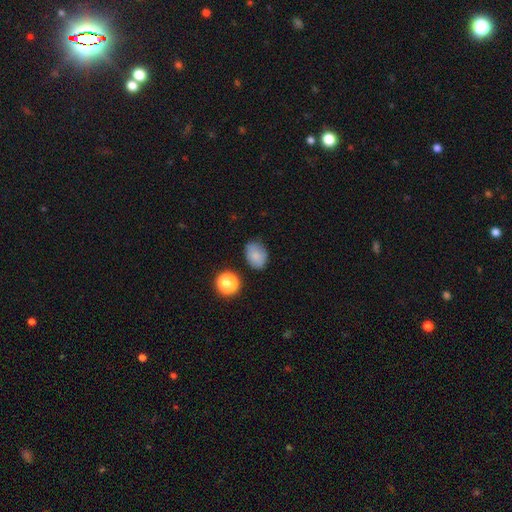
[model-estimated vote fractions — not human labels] smooth-or-featured: smooth: 78% | featured or disk: 12% | star or artifact: 10%
  how-rounded: in between: 65% | round: 34% | cigar-shaped: 1%
  merging: none: 73% | minor disturbance: 19% | major disturbance: 4% | merger: 3%